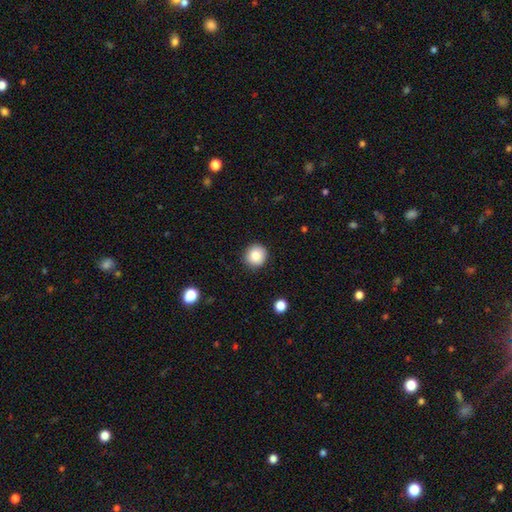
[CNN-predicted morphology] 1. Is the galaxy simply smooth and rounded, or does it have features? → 85% smooth, 9% star or artifact, 6% featured or disk.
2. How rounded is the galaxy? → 93% round, 6% in between, 1% cigar-shaped.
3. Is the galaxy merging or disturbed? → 91% none, 7% minor disturbance, 2% major disturbance, 1% merger.